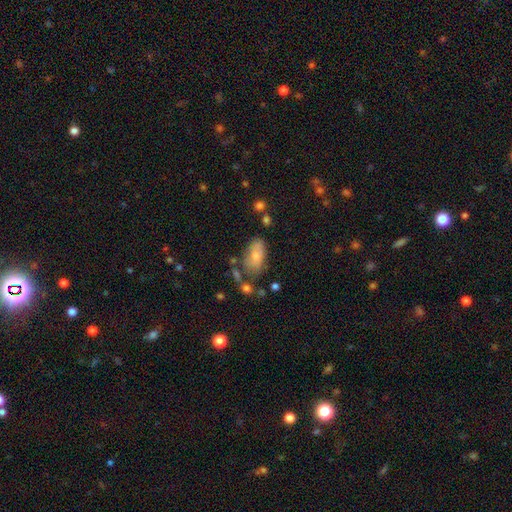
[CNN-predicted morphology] This is likely a smooth galaxy (74%). How rounded: clearly in between (92%). Merging: possibly none (51%).